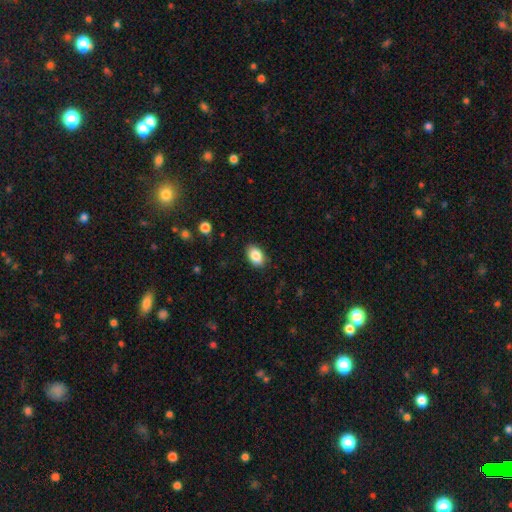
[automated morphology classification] This appears to be a smooth galaxy with no disk features (87%) that is in between round and cigar-shaped (85%). Merging: none (88%).